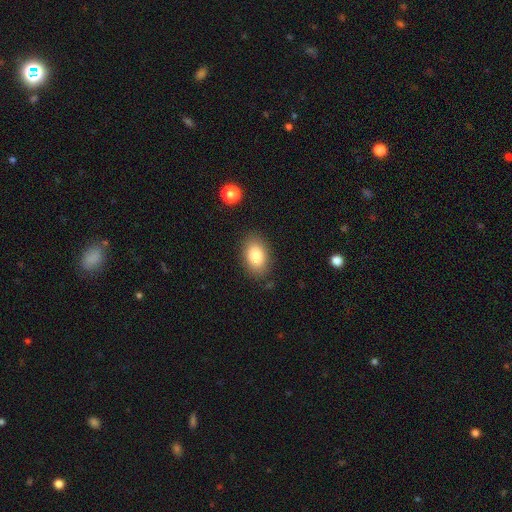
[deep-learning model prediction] Smooth or featured? smooth (82%)
How rounded? in between (87%)
Merging? none (82%)